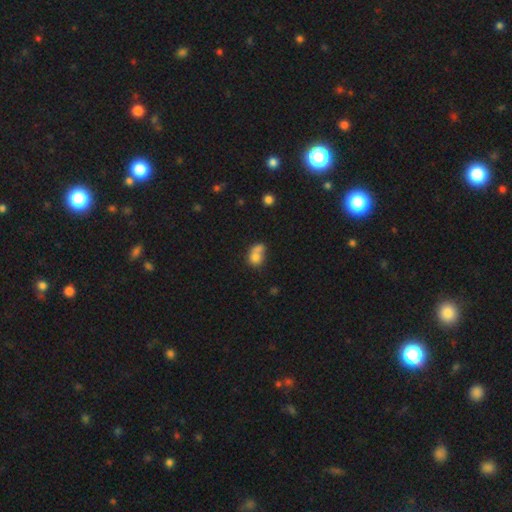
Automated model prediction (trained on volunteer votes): A smooth galaxy with no disk features (74%) that is round (57%).

Vote fractions:
- Smooth or featured? smooth: 74% / featured or disk: 15% / star or artifact: 11%
- How rounded? round: 57% / in between: 42% / cigar-shaped: 1%
- Merging? merger: 59% / none: 26% / minor disturbance: 9% / major disturbance: 6%